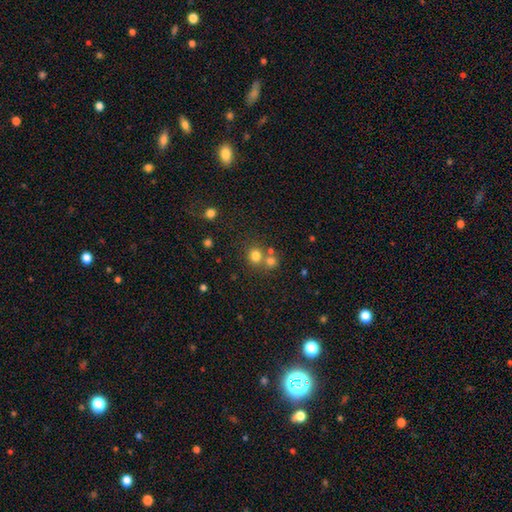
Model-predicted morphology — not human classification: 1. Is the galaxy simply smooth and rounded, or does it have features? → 76% smooth, 16% star or artifact, 8% featured or disk.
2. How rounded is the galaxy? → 85% round, 14% in between, 1% cigar-shaped.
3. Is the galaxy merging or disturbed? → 57% none, 34% merger, 7% minor disturbance, 3% major disturbance.